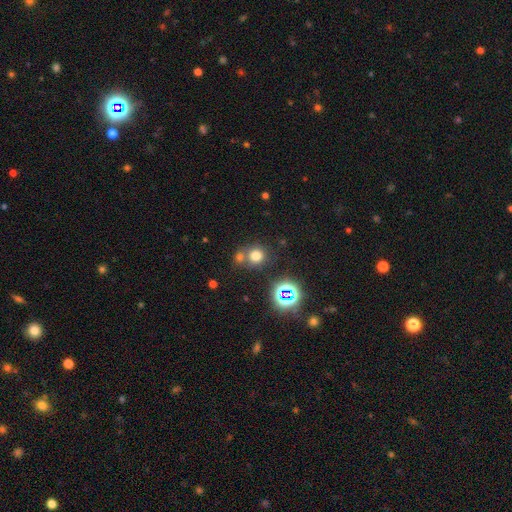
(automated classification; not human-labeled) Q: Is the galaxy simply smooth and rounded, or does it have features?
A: smooth — 70%.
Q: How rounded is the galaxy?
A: round — 87%.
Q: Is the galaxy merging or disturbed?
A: none — 60%.